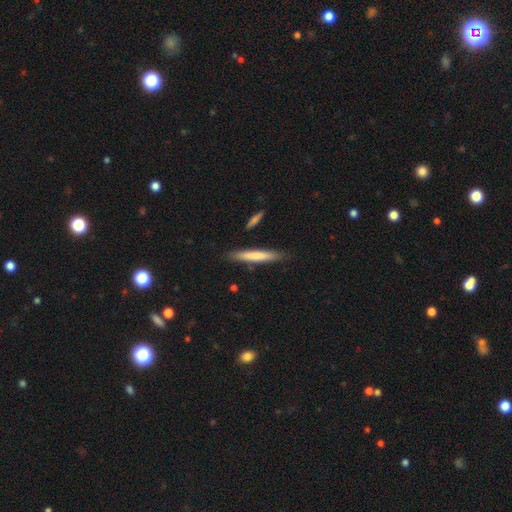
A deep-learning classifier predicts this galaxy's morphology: smooth_or_featured: smooth (p=0.72) [alt: featured or disk p=0.23]
how_rounded: cigar-shaped (p=0.93) [alt: in between p=0.06]
merging: none (p=0.86) [alt: minor disturbance p=0.10]